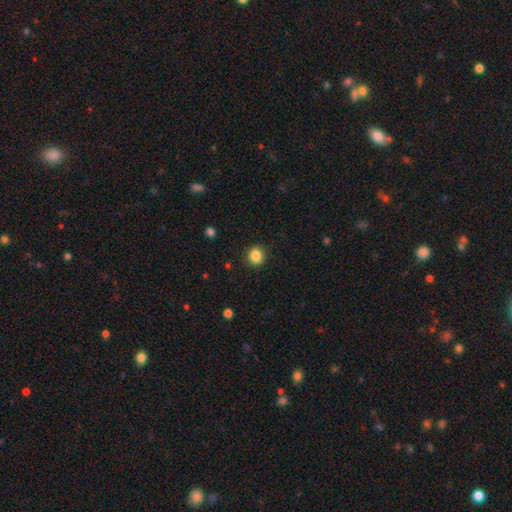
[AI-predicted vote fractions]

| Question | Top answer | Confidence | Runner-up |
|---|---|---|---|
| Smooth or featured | smooth | 86% | star or artifact (10%) |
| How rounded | round | 77% | in between (22%) |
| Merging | none | 89% | minor disturbance (7%) |